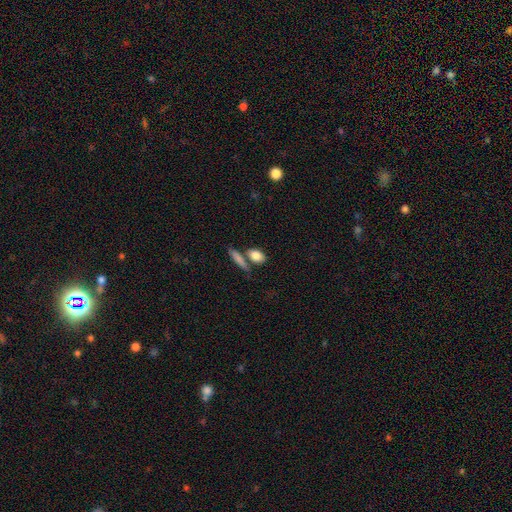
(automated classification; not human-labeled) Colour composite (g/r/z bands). It shows a smooth galaxy with no disk features (83%) that is in between round and cigar-shaped (67%). Merging: none (61%).